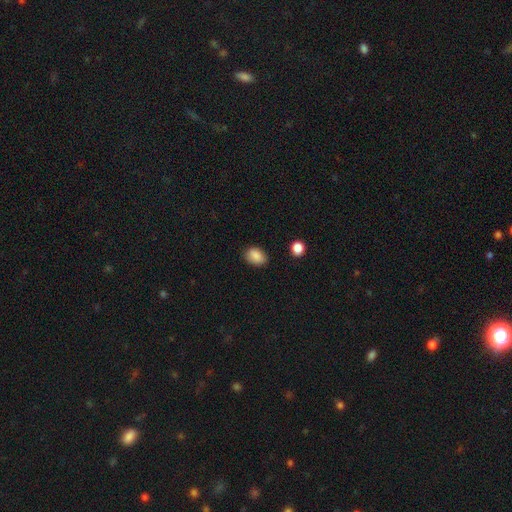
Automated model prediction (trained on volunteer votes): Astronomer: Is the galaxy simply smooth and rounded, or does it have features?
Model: smooth — 87%.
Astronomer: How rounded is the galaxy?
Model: in between — 75%.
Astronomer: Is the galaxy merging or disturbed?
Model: none — 83%.